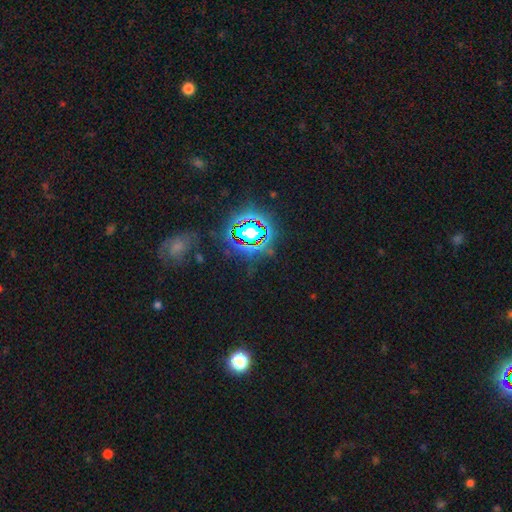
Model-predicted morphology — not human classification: Smooth or featured? star or artifact (79%)